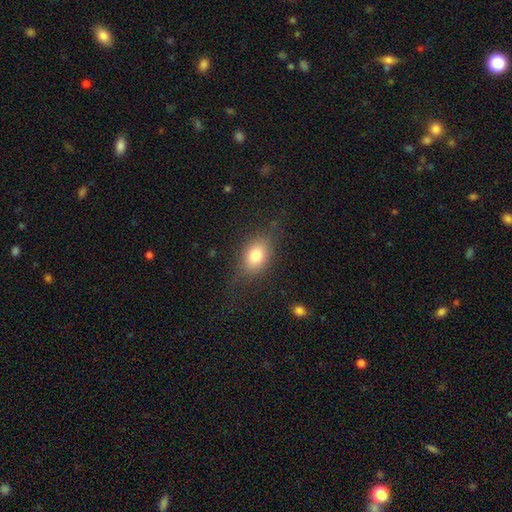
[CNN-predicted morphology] Smooth or featured: smooth — 76% (featured or disk — 15%)
How rounded: in between — 74% (round — 23%)
Merging: none — 70% (minor disturbance — 19%)